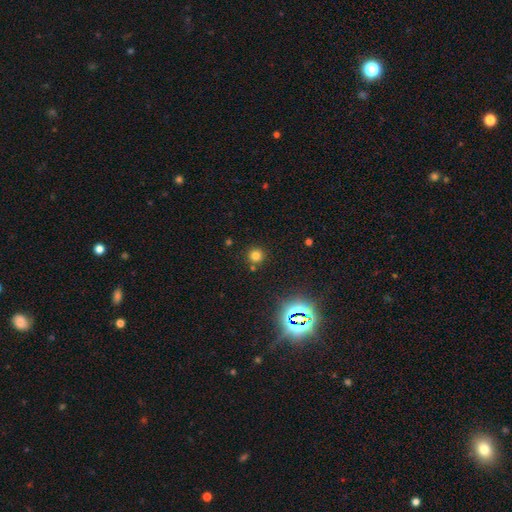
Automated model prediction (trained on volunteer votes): Q: Smooth or featured?
A: smooth (72%); runner-up: star or artifact (21%)
Q: How rounded?
A: round (94%); runner-up: in between (5%)
Q: Merging?
A: none (83%); runner-up: merger (8%)